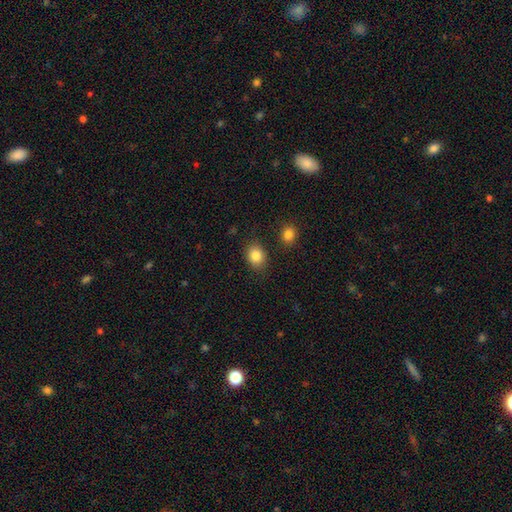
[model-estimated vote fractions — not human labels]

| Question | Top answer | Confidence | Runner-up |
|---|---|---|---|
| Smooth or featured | smooth | 85% | star or artifact (9%) |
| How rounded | in between | 53% | round (46%) |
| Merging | none | 84% | minor disturbance (10%) |